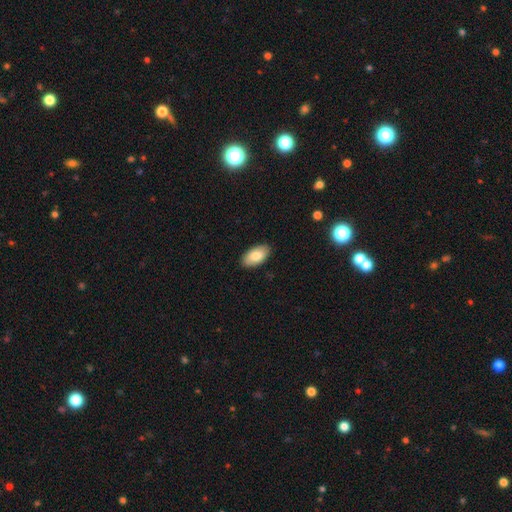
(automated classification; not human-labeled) smooth 81%, featured or disk 13%, star or artifact 6%. Down the decision tree: how rounded — in between (95%); merging — none (89%).